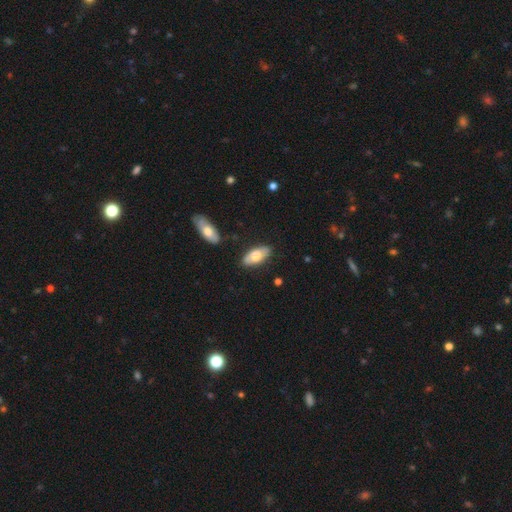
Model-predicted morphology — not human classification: Smooth or featured? Predicted: smooth (p=0.68). How rounded? Predicted: in between (p=0.89). Merging? Predicted: none (p=0.82).